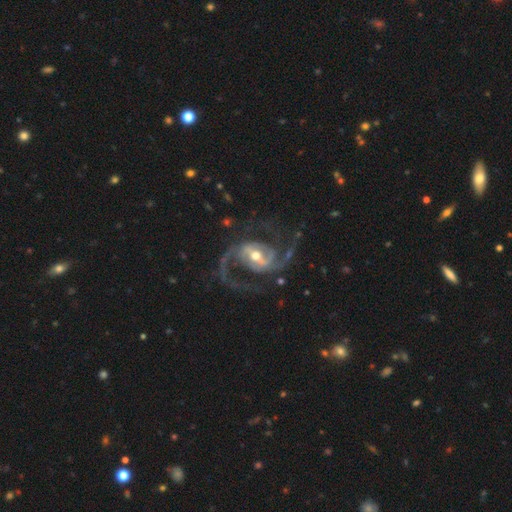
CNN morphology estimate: Q: Smooth or featured?
A: featured or disk (92%); runner-up: star or artifact (4%)
Q: Edge-on disk?
A: no (98%); runner-up: yes (2%)
Q: Bar?
A: weak (42%); runner-up: strong (40%)
Q: Spiral arms?
A: yes (98%); runner-up: no (2%)
Q: Spiral winding?
A: medium (56%); runner-up: loose (32%)
Q: Spiral arm count?
A: 2 (89%); runner-up: 3 (4%)
Q: Bulge size?
A: moderate (64%); runner-up: small (28%)
Q: Merging?
A: none (74%); runner-up: minor disturbance (12%)